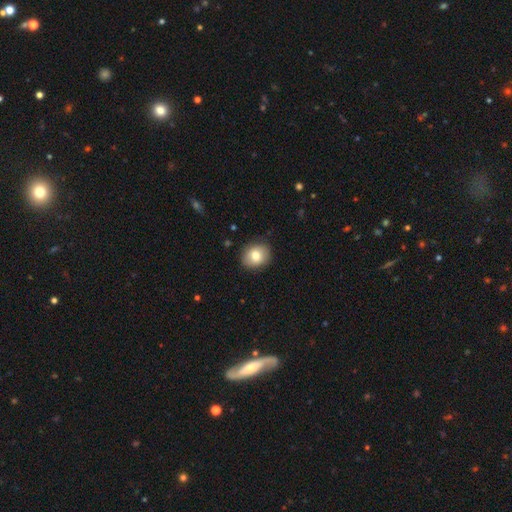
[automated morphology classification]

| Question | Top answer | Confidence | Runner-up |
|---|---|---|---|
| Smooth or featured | smooth | 79% | featured or disk (13%) |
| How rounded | round | 63% | in between (37%) |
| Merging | none | 88% | minor disturbance (9%) |